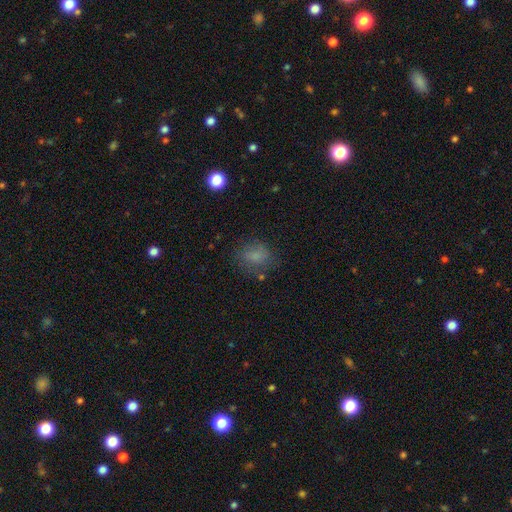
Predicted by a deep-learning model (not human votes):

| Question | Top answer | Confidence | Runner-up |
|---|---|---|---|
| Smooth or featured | smooth | 75% | star or artifact (13%) |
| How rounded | round | 51% | in between (47%) |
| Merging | none | 71% | minor disturbance (18%) |